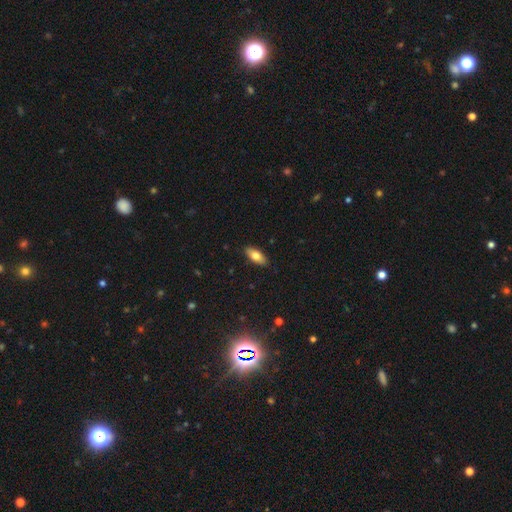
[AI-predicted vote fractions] This appears to be a smooth galaxy with no disk features (76%) that is in between round and cigar-shaped (81%). Merging: none (89%).